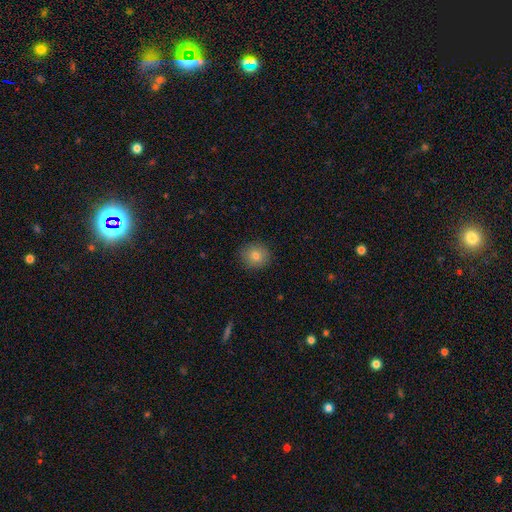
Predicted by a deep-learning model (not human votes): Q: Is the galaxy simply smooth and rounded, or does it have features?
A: smooth — 80%.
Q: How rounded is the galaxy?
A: round — 86%.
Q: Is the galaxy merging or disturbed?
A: none — 89%.